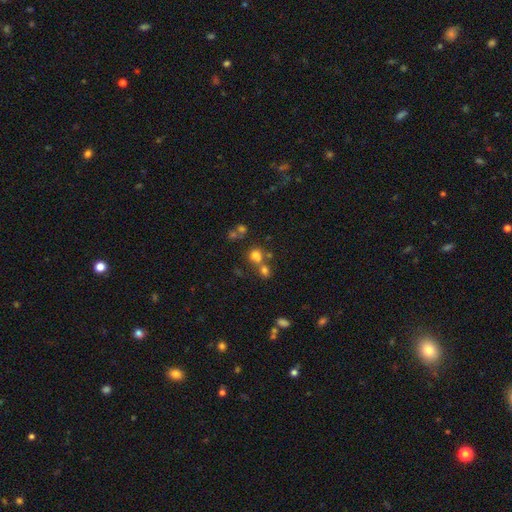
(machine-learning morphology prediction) Smooth or featured? Predicted: smooth (p=0.68). How rounded? Predicted: round (p=0.82). Merging? Predicted: none (p=0.49).